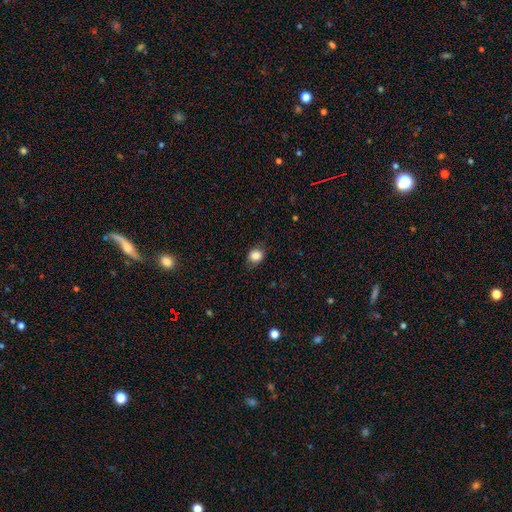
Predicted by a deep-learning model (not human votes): Smooth or featured? smooth (85%)
How rounded? round (56%)
Merging? none (78%)